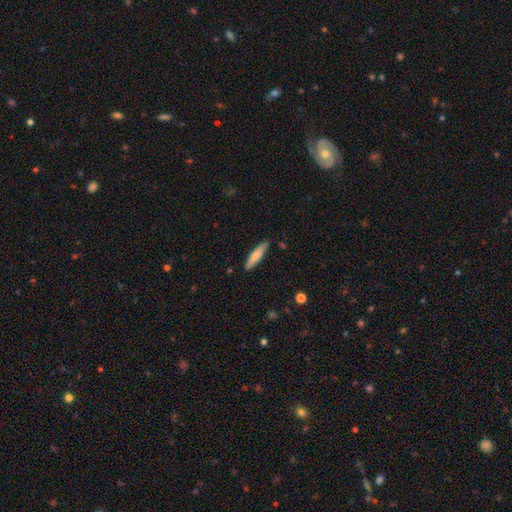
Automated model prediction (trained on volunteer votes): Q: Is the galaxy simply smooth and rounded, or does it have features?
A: smooth — 72%.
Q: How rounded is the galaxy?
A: cigar-shaped — 81%.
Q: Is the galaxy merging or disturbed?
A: none — 86%.